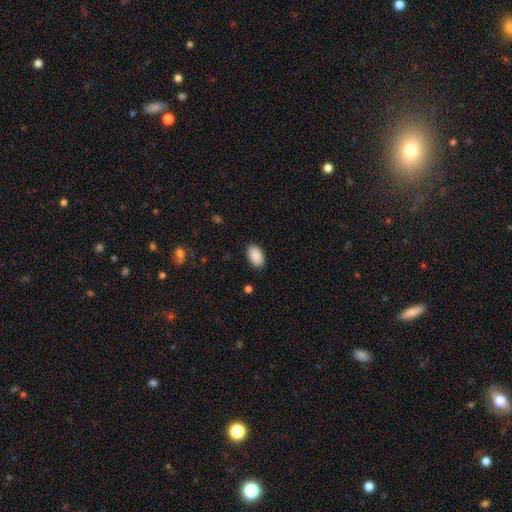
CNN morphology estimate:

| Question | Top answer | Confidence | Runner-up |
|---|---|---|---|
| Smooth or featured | smooth | 90% | star or artifact (7%) |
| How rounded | in between | 94% | round (5%) |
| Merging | none | 87% | minor disturbance (10%) |